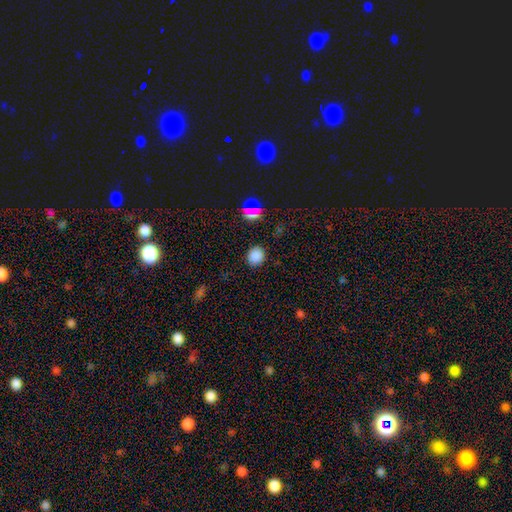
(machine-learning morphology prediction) The model was most divided on "smooth or featured": smooth: 80%, star or artifact: 17%, featured or disk: 4%. More confident: merging — none (89%); how rounded — round (84%).